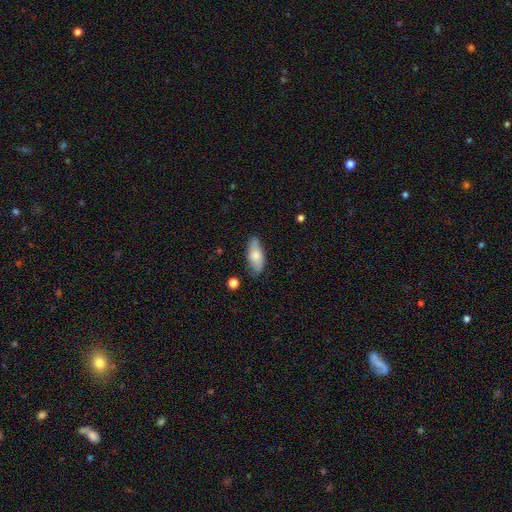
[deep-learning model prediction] Smooth or featured? Predicted: smooth (p=0.74). How rounded? Predicted: in between (p=0.77). Merging? Predicted: none (p=0.80).